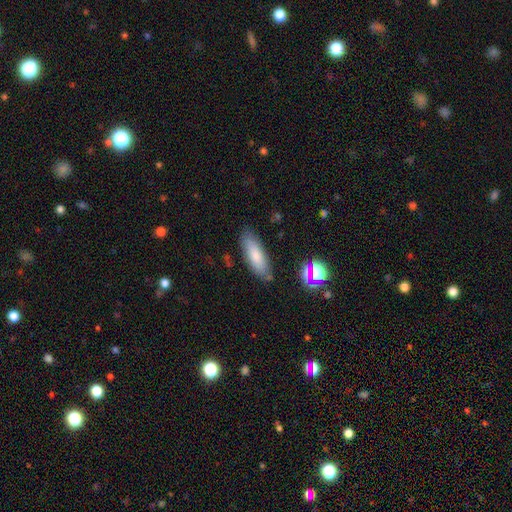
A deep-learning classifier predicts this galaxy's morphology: Smooth or featured? Predicted: smooth (p=0.76). How rounded? Predicted: in between (p=0.64). Merging? Predicted: none (p=0.79).